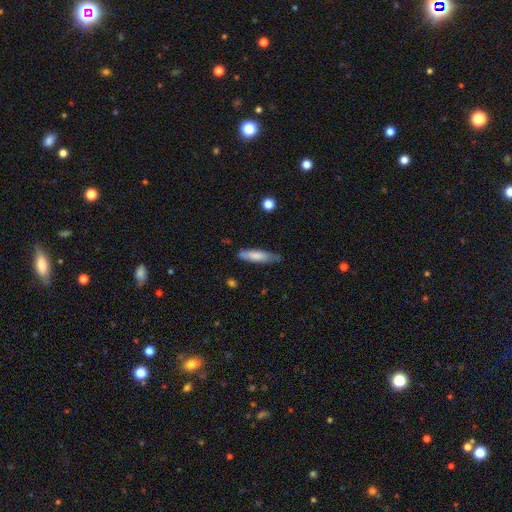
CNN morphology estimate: This is likely a smooth galaxy (72%). How rounded: likely cigar-shaped (70%). Merging: likely none (70%).